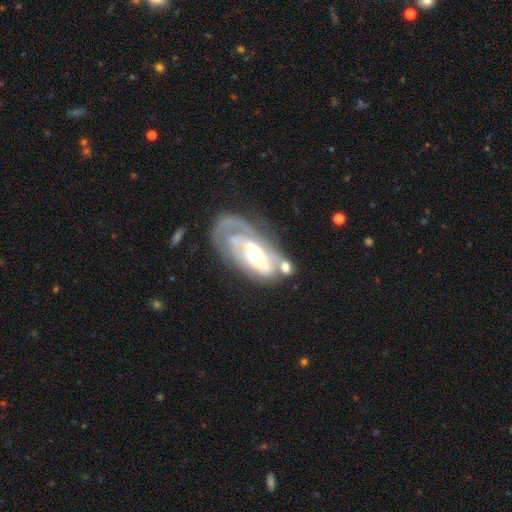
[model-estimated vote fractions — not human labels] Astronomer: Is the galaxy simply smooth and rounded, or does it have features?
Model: featured or disk — 76%.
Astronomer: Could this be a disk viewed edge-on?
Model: no — 93%.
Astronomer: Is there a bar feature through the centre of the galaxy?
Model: no — 73%.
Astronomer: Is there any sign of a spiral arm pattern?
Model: yes — 72%.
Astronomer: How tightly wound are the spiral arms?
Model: tight — 60%.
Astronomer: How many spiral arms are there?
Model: can't tell — 47% (runner-up: 2, 22%).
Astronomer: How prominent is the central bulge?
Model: small — 48% (runner-up: moderate, 43%).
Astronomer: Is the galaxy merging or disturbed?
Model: none — 38% (runner-up: major disturbance, 25%).